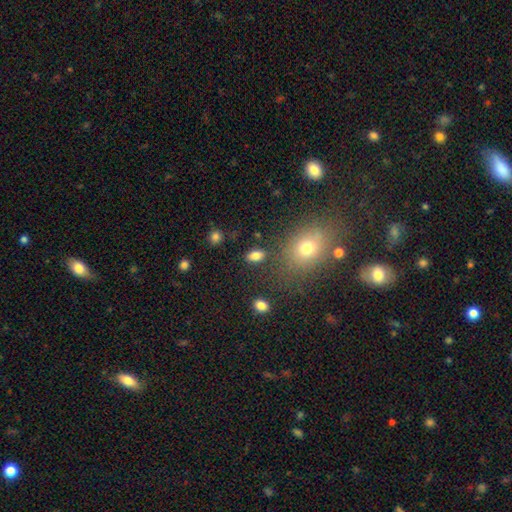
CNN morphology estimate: smooth_or_featured: smooth (p=0.83) [alt: star or artifact p=0.10]
how_rounded: in between (p=0.87) [alt: round p=0.11]
merging: none (p=0.83) [alt: minor disturbance p=0.10]